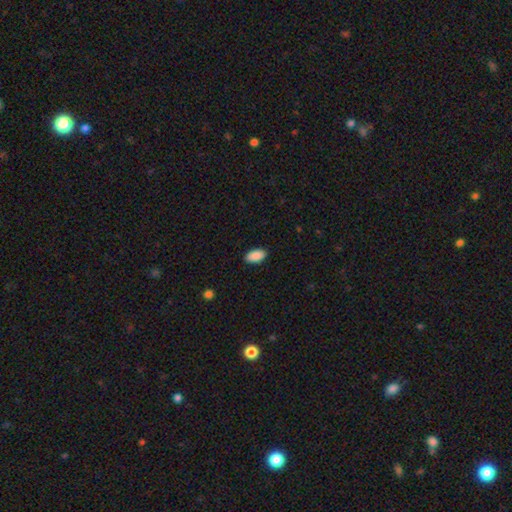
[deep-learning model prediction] A smooth galaxy with no disk features (90%) that is in between round and cigar-shaped (94%). Merging: none (89%).